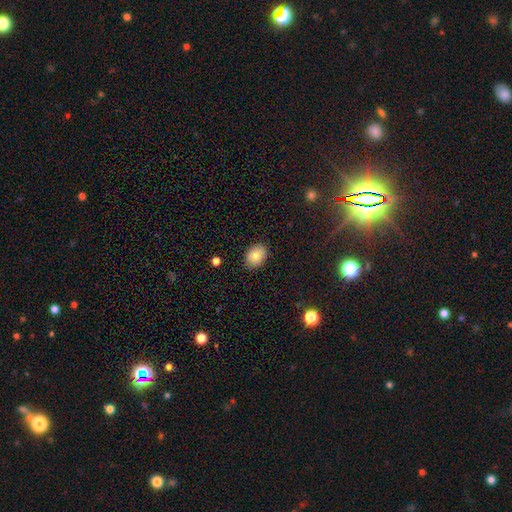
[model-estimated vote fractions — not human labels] Q: Smooth or featured?
A: smooth (81%); runner-up: featured or disk (10%)
Q: How rounded?
A: in between (68%); runner-up: round (31%)
Q: Merging?
A: none (87%); runner-up: minor disturbance (10%)